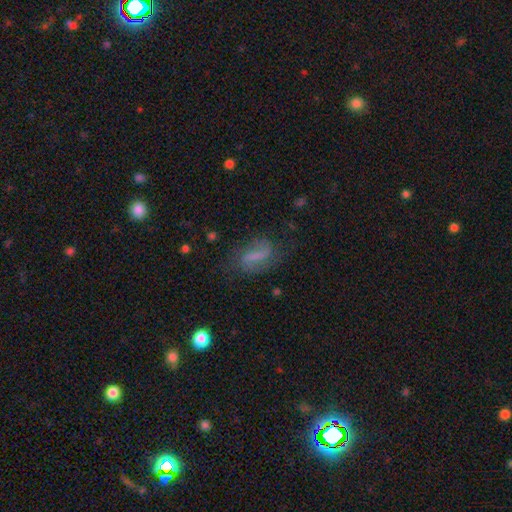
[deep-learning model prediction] Smooth or featured: featured or disk — 57% (smooth — 31%)
Edge-on disk: no — 93% (yes — 7%)
Bar: strong — 46% (weak — 35%)
Spiral arms: yes — 81% (no — 19%)
Bulge size: none — 60% (small — 21%)
Merging: none — 68% (minor disturbance — 19%)